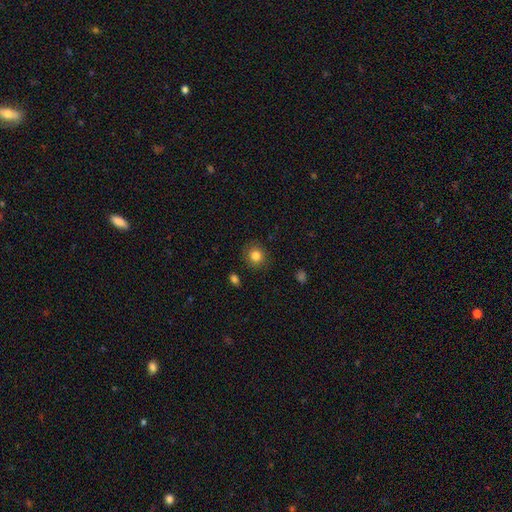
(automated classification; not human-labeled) Smooth or featured?
  - smooth: 83% *
  - star or artifact: 11%
  - featured or disk: 7%
How rounded?
  - round: 87% *
  - in between: 12%
  - cigar-shaped: 1%
Merging?
  - none: 89% *
  - minor disturbance: 8%
  - major disturbance: 2%
  - merger: 1%